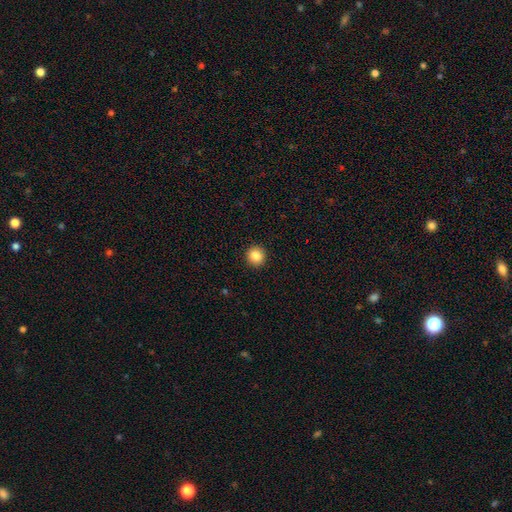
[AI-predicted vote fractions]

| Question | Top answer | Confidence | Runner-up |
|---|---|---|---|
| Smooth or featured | smooth | 87% | star or artifact (9%) |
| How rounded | round | 91% | in between (8%) |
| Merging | none | 93% | minor disturbance (5%) |